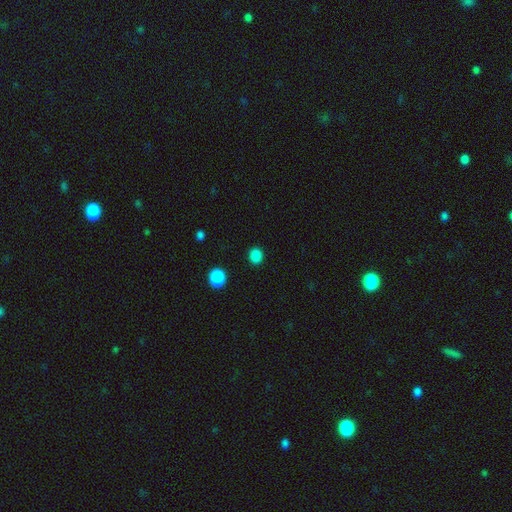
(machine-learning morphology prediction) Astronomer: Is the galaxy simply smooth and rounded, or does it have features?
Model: smooth — 86%.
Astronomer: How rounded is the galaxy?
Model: round — 75%.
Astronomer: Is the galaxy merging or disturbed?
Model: none — 90%.